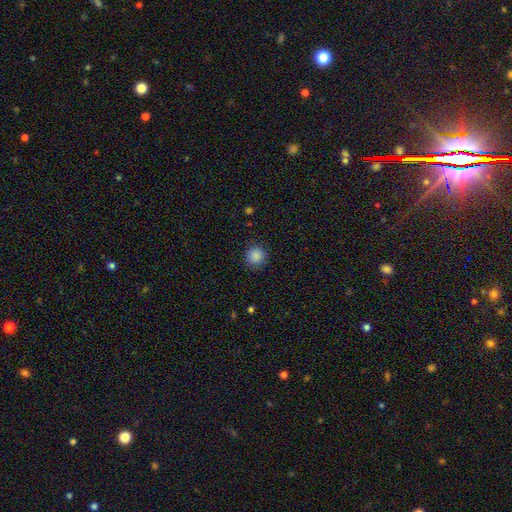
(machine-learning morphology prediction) The model was most divided on "smooth or featured": smooth: 87%, star or artifact: 10%, featured or disk: 3%. More confident: how rounded — round (93%); merging — none (89%).